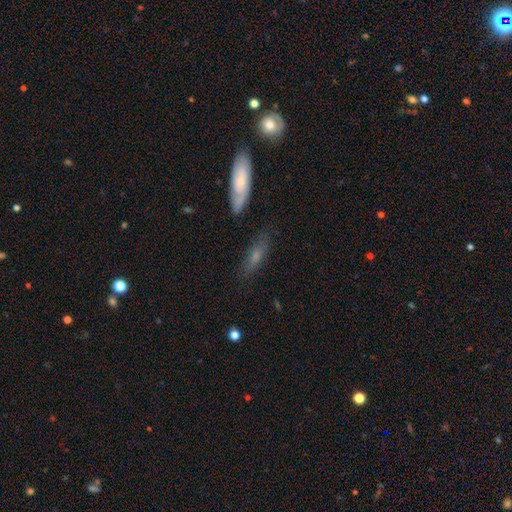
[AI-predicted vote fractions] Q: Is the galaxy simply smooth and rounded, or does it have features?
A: smooth — 53%.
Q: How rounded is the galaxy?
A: cigar-shaped — 60%.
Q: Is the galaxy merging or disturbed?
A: none — 76%.